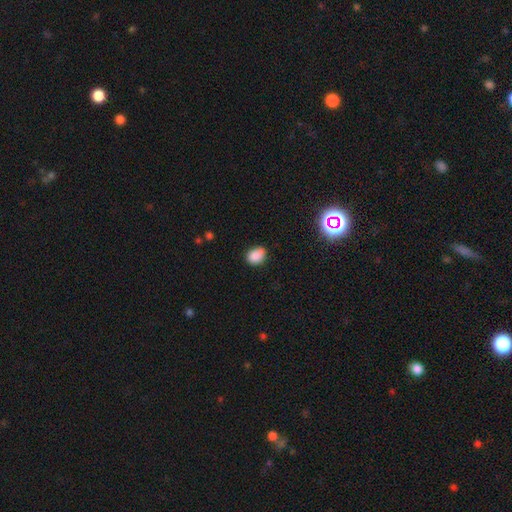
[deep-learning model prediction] Q: Smooth or featured?
A: smooth (85%); runner-up: star or artifact (10%)
Q: How rounded?
A: in between (57%); runner-up: round (42%)
Q: Merging?
A: none (69%); runner-up: minor disturbance (24%)